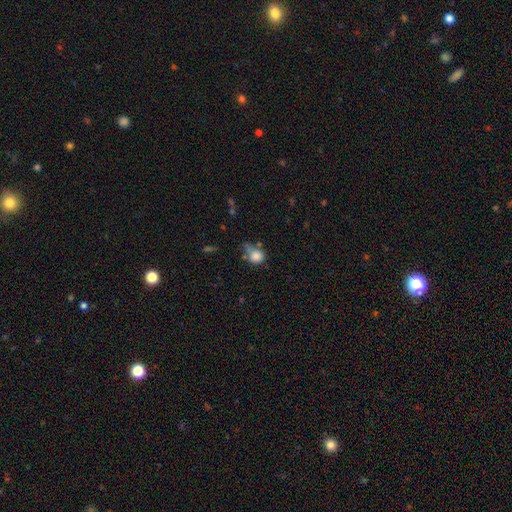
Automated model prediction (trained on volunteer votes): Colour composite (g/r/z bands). It shows a smooth galaxy with no disk features (81%) that is round (73%). Merging: none (38%).